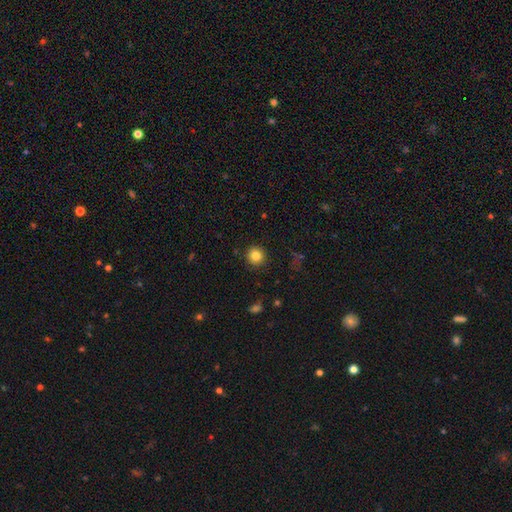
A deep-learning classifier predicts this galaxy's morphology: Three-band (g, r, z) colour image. It shows a smooth galaxy with no disk features (83%) that is round (93%). Merging: none (90%).